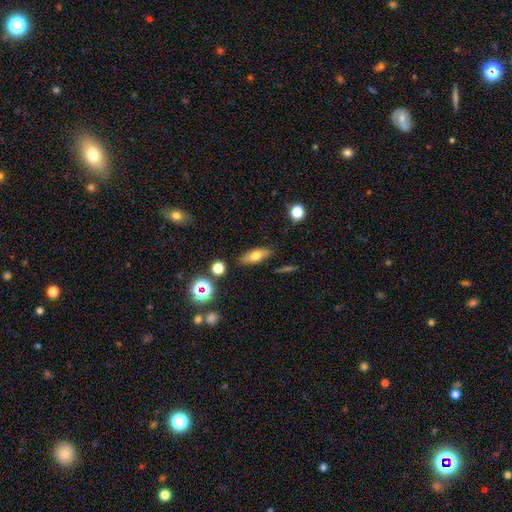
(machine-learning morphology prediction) Q: Smooth or featured?
A: smooth (67%); runner-up: featured or disk (22%)
Q: How rounded?
A: in between (70%); runner-up: cigar-shaped (25%)
Q: Merging?
A: none (83%); runner-up: minor disturbance (11%)